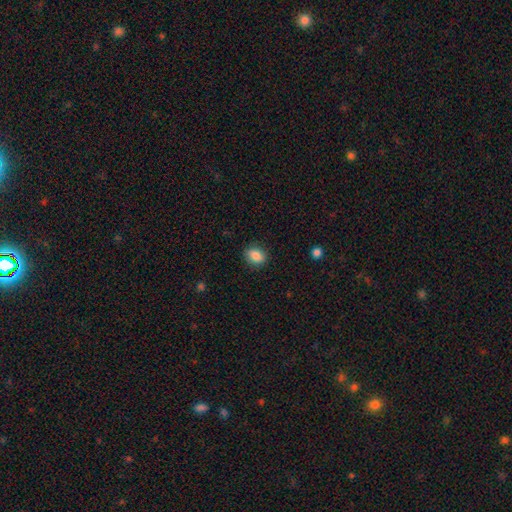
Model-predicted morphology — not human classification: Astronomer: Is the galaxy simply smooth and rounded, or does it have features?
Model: smooth — 86%.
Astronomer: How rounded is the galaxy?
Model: in between — 62% (runner-up: round, 37%).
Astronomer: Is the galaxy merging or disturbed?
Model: none — 87%.